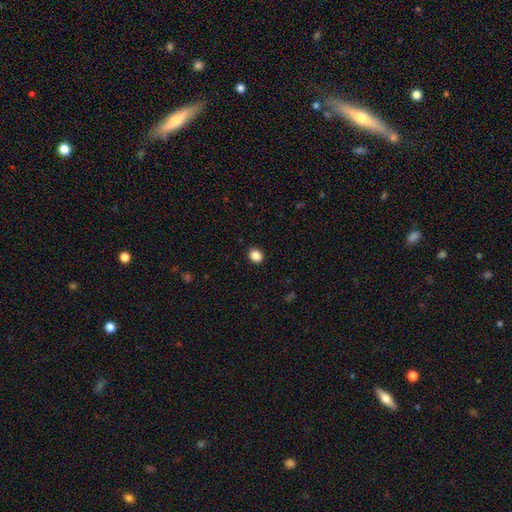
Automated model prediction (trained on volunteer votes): The model was most divided on "how rounded": round: 59%, in between: 40%, cigar-shaped: 1%. More confident: merging — none (91%); smooth or featured — smooth (87%).